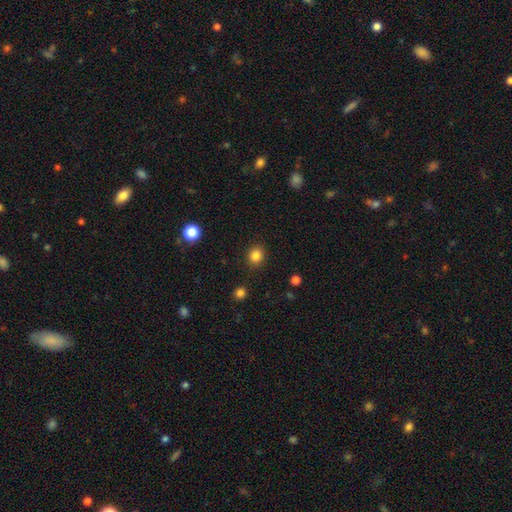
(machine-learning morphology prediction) A smooth galaxy with no disk features (84%) that is round (78%). Merging: none (90%).